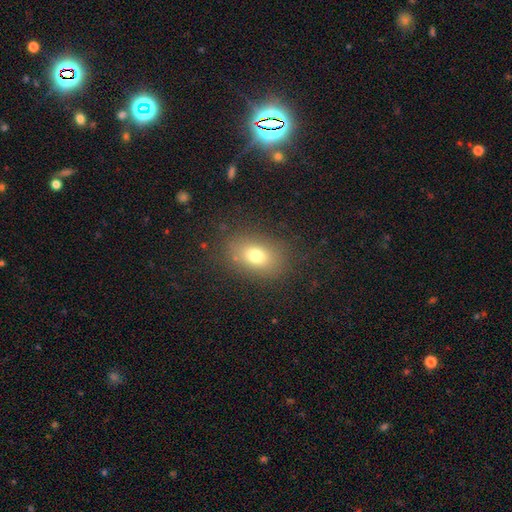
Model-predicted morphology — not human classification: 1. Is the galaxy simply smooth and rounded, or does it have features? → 75% smooth, 13% star or artifact, 12% featured or disk.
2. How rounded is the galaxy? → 76% in between, 22% round, 2% cigar-shaped.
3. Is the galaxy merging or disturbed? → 83% none, 11% minor disturbance, 5% major disturbance, 1% merger.